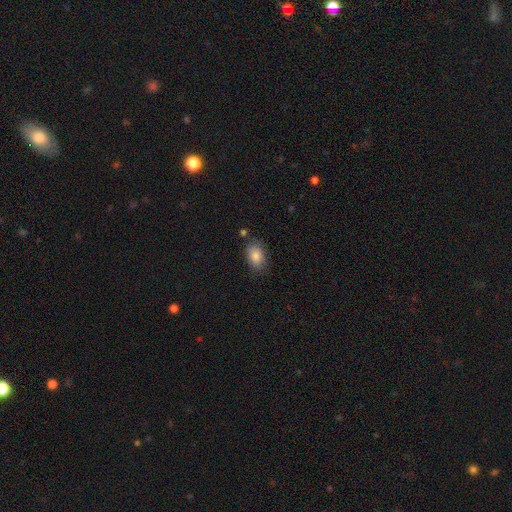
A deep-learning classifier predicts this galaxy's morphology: This is clearly a smooth galaxy (86%). How rounded: clearly in between (86%). Merging: likely none (77%).